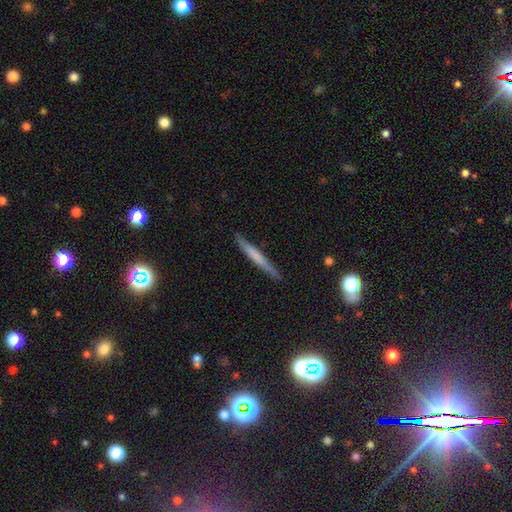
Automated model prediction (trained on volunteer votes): This appears to be a smooth galaxy with no disk features (53%) that is cigar-shaped (96%). Merging: none (87%).